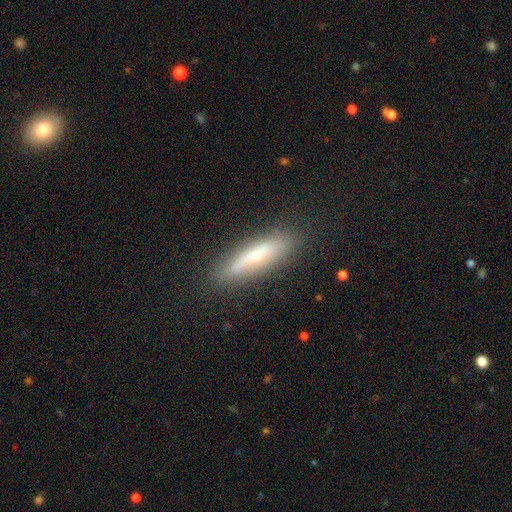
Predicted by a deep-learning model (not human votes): smooth 58%, featured or disk 34%, star or artifact 8%. Down the decision tree: how rounded — cigar-shaped (81%); merging — none (81%).